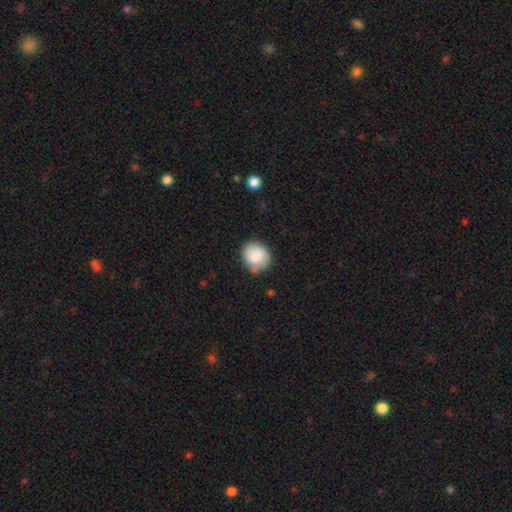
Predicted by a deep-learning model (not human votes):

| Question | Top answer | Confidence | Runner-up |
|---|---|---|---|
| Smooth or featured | smooth | 86% | featured or disk (7%) |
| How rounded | round | 78% | in between (21%) |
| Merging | none | 66% | minor disturbance (26%) |